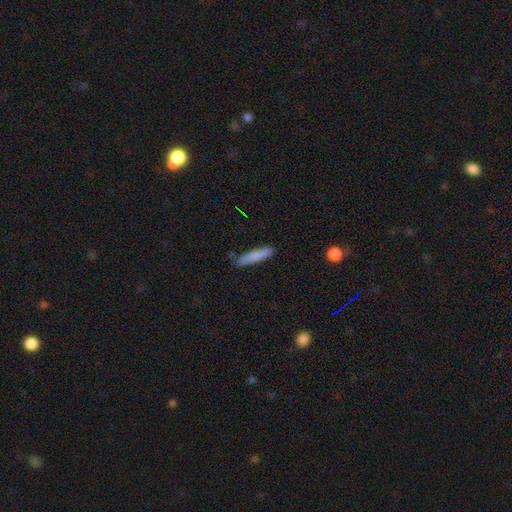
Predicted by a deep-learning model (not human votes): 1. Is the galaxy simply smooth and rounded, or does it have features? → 74% smooth, 17% featured or disk, 9% star or artifact.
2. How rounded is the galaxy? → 92% cigar-shaped, 6% in between, 1% round.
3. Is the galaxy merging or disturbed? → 85% none, 11% minor disturbance, 2% major disturbance, 2% merger.